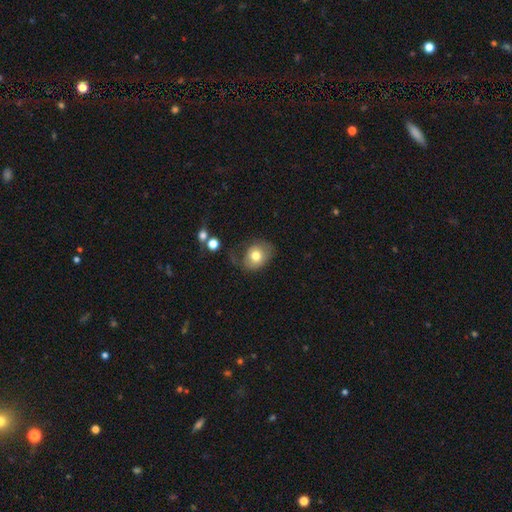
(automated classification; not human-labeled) smooth-or-featured: smooth: 72% | featured or disk: 19% | star or artifact: 9%
  how-rounded: in between: 51% | round: 48% | cigar-shaped: 1%
  merging: none: 50% | minor disturbance: 26% | major disturbance: 19% | merger: 5%